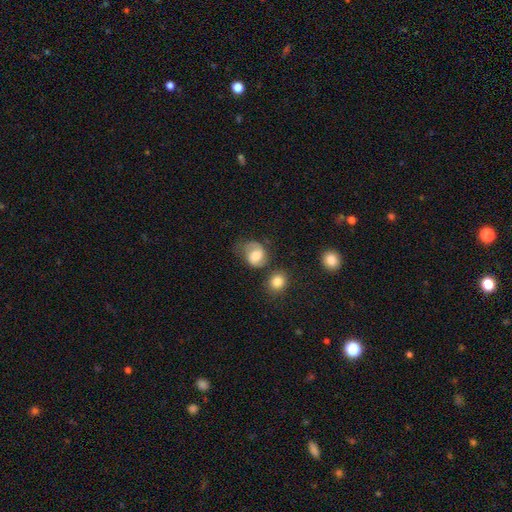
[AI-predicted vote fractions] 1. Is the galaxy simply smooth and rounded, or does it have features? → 51% smooth, 41% featured or disk, 9% star or artifact.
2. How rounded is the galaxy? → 61% round, 38% in between, 1% cigar-shaped.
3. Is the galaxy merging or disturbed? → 48% none, 28% minor disturbance, 17% major disturbance, 8% merger.